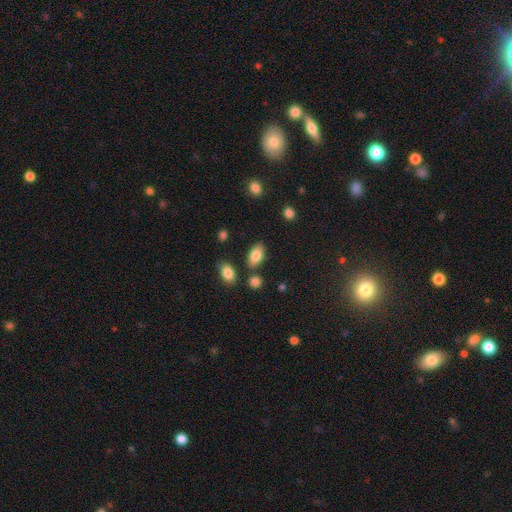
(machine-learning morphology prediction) This is clearly a smooth galaxy (83%). How rounded: clearly in between (92%). Merging: likely none (79%).